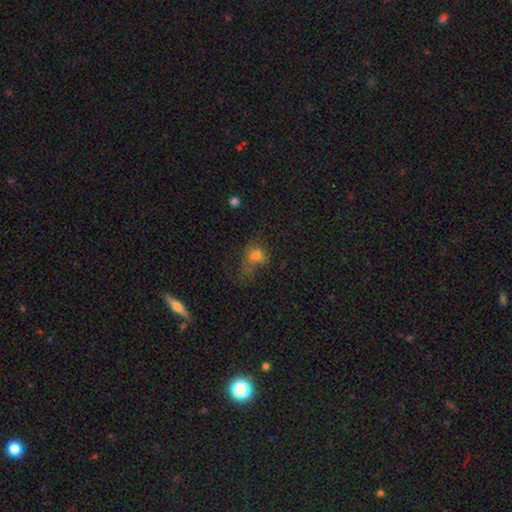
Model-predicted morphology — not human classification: This appears to be a smooth galaxy with no disk features (67%) that is round (49%, tied with in between). Merging: major disturbance (38%).